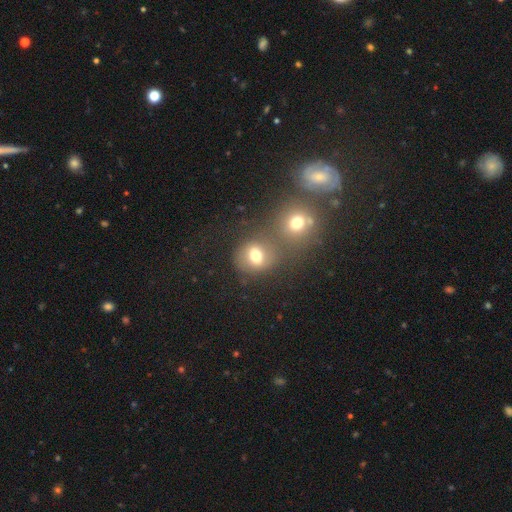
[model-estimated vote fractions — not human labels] Morphology: type=smooth (71%); roundness=round (69%); merging=none (47%).